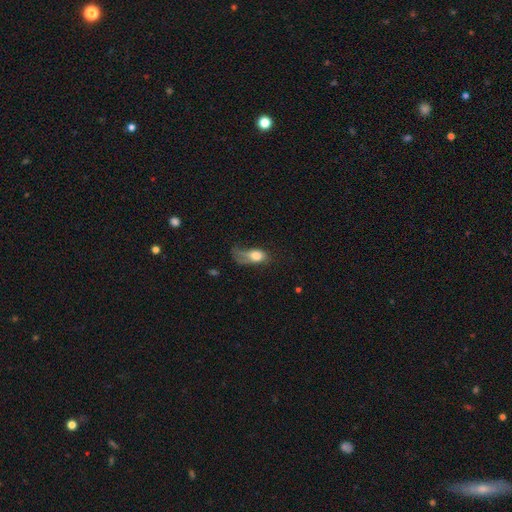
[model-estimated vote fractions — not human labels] The model was most divided on "merging": major disturbance: 54%, minor disturbance: 22%, none: 19%, merger: 5%. More confident: how rounded — in between (80%); smooth or featured — smooth (67%).